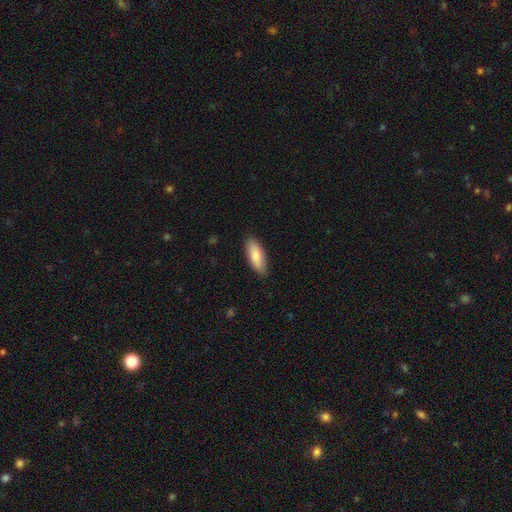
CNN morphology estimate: Q: Smooth or featured?
A: smooth (81%); runner-up: featured or disk (13%)
Q: How rounded?
A: in between (73%); runner-up: cigar-shaped (25%)
Q: Merging?
A: none (86%); runner-up: minor disturbance (11%)